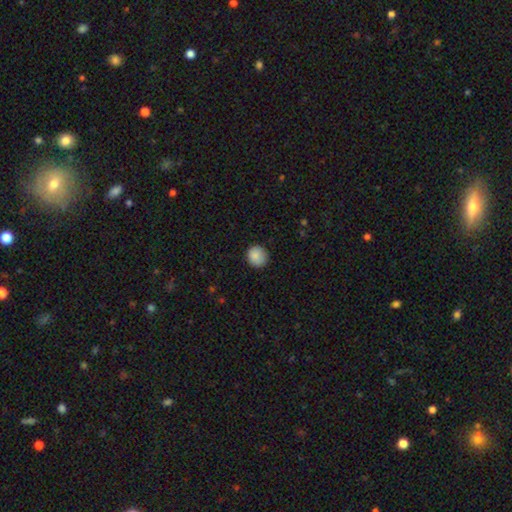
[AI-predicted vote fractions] A smooth galaxy with no disk features (87%) that is round (92%). Merging: none (88%).